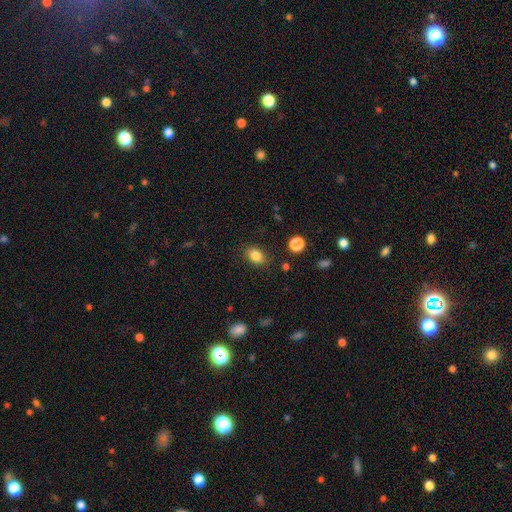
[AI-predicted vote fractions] A smooth galaxy with no disk features (84%) that is in between round and cigar-shaped (78%). Merging: none (83%).